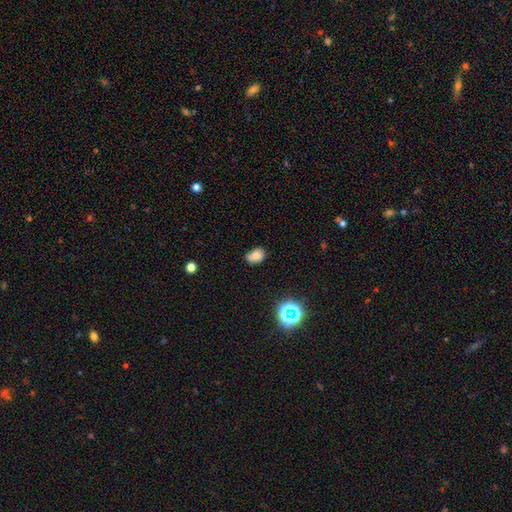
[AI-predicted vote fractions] Overall: smooth (78%). How rounded: in between (76%). Merging: none (63%; minor disturbance 28%).